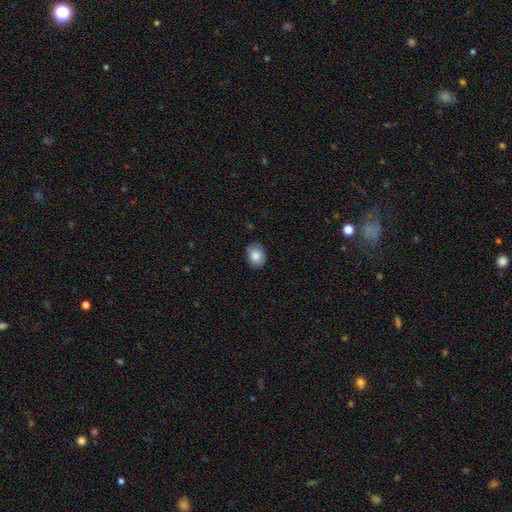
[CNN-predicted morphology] smooth_or_featured: smooth (p=0.83) [alt: featured or disk p=0.10]
how_rounded: in between (p=0.72) [alt: round p=0.27]
merging: none (p=0.83) [alt: minor disturbance p=0.14]